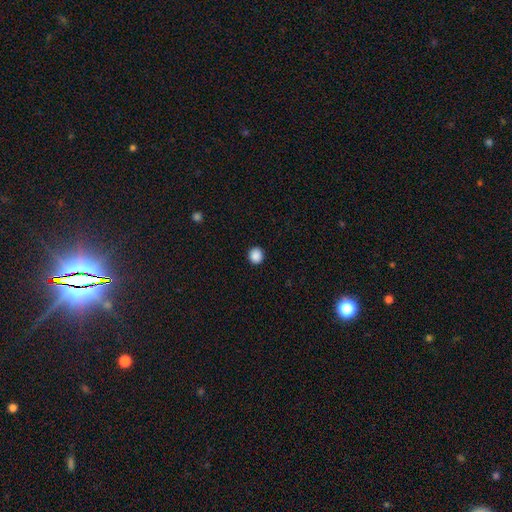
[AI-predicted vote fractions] Overall: smooth (88%). How rounded: round (89%). Merging: none (92%).